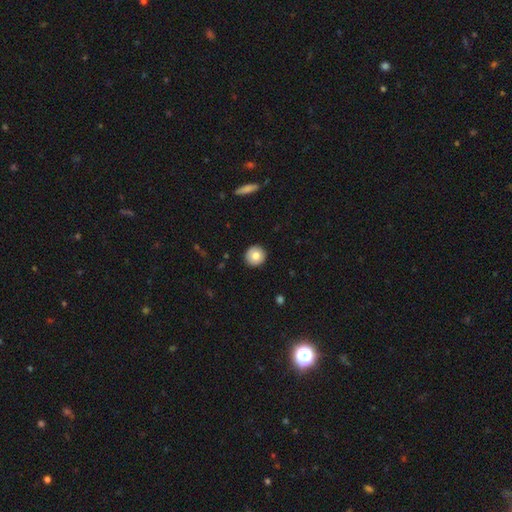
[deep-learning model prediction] smooth 82%, featured or disk 10%, star or artifact 8%. Down the decision tree: how rounded — round (95%); merging — none (92%).